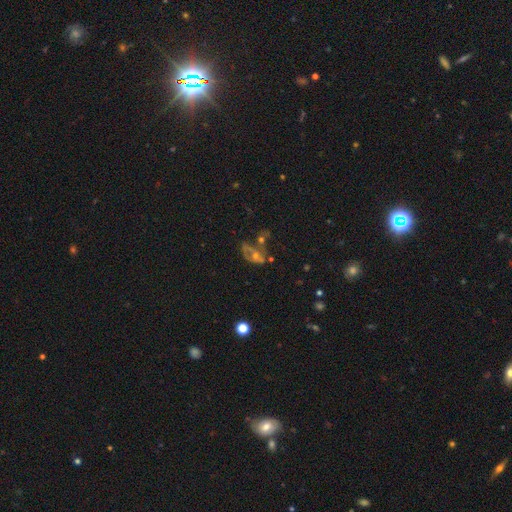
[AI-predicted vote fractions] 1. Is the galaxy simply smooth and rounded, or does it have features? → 51% featured or disk, 26% smooth, 23% star or artifact.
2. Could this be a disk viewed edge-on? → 91% no, 9% yes.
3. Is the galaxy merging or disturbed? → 37% none, 22% major disturbance, 21% merger, 20% minor disturbance.